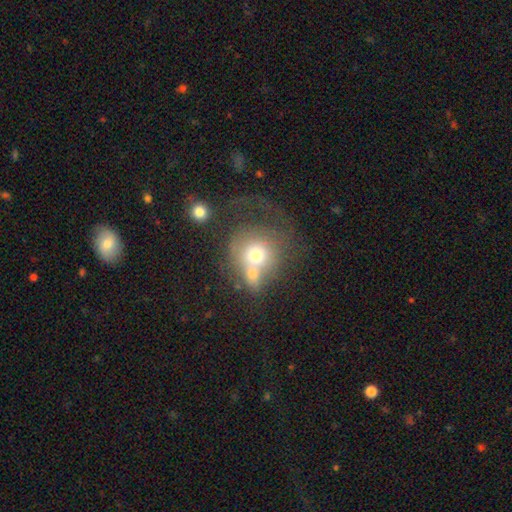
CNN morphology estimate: Smooth or featured?
  - smooth: 59% *
  - featured or disk: 30%
  - star or artifact: 11%
How rounded?
  - round: 82% *
  - in between: 16%
  - cigar-shaped: 1%
Merging?
  - merger: 46% *
  - major disturbance: 22%
  - none: 21%
  - minor disturbance: 11%